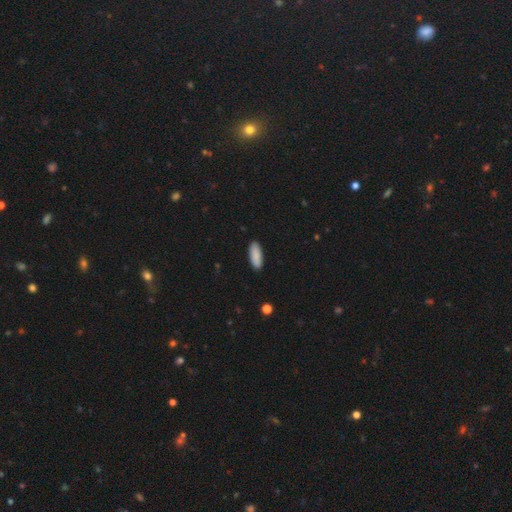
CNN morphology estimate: smooth_or_featured: smooth (p=0.90) [alt: star or artifact p=0.06]
how_rounded: in between (p=0.73) [alt: cigar-shaped p=0.26]
merging: none (p=0.90) [alt: minor disturbance p=0.07]